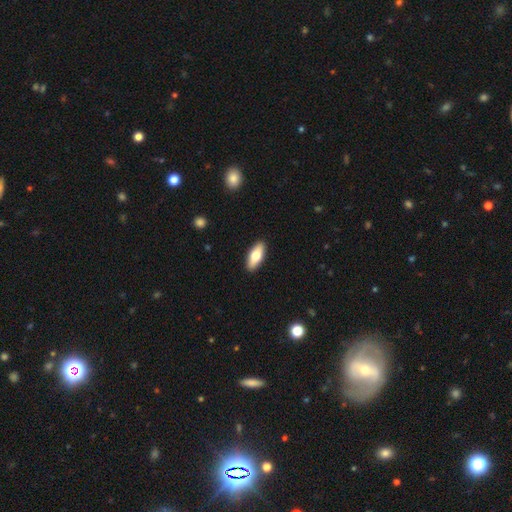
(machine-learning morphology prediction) Q: Smooth or featured?
A: smooth (69%); runner-up: featured or disk (25%)
Q: How rounded?
A: in between (76%); runner-up: cigar-shaped (21%)
Q: Merging?
A: none (91%); runner-up: minor disturbance (7%)